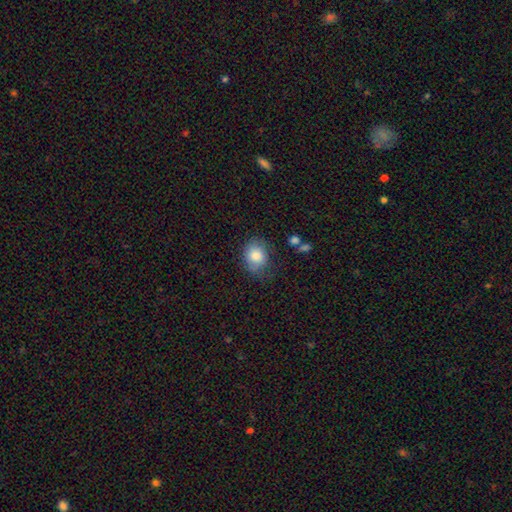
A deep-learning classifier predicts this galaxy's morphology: The model was most divided on "how rounded": round: 54%, in between: 46%, cigar-shaped: 1%. More confident: smooth or featured — smooth (80%); merging — none (64%).